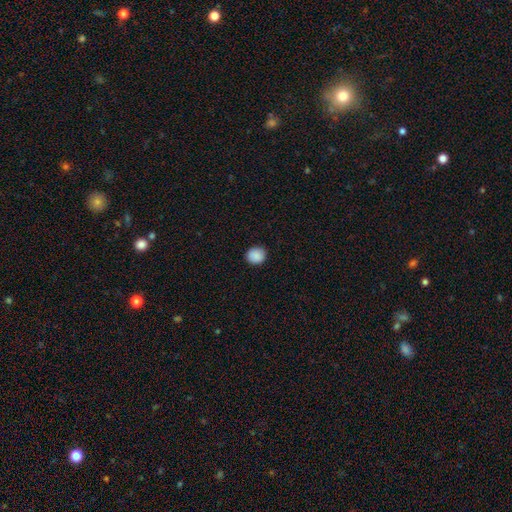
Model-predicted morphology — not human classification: Smooth or featured: smooth — 89% (star or artifact — 8%)
How rounded: round — 84% (in between — 15%)
Merging: none — 91% (minor disturbance — 7%)